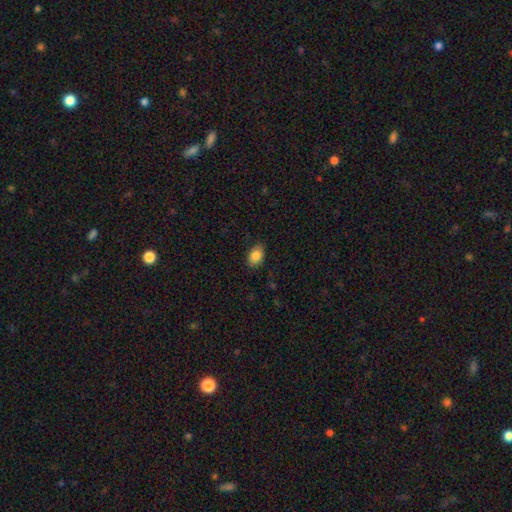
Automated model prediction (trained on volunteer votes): Smooth or featured?
  - smooth: 85% *
  - star or artifact: 8%
  - featured or disk: 8%
How rounded?
  - in between: 84% *
  - round: 15%
  - cigar-shaped: 1%
Merging?
  - none: 84% *
  - minor disturbance: 13%
  - major disturbance: 2%
  - merger: 1%